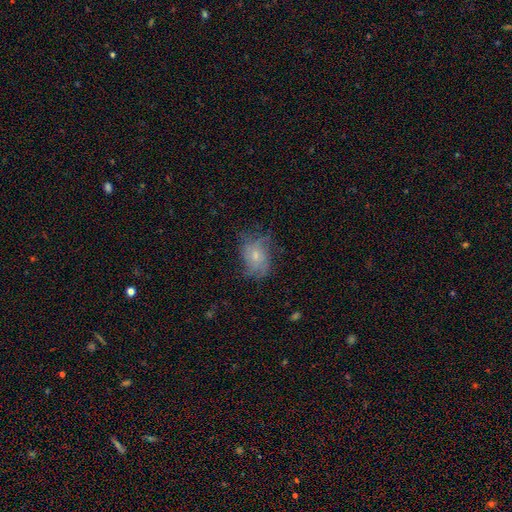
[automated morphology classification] Overall: featured or disk (47%; smooth 42%). Merging: none (59%; minor disturbance 25%).